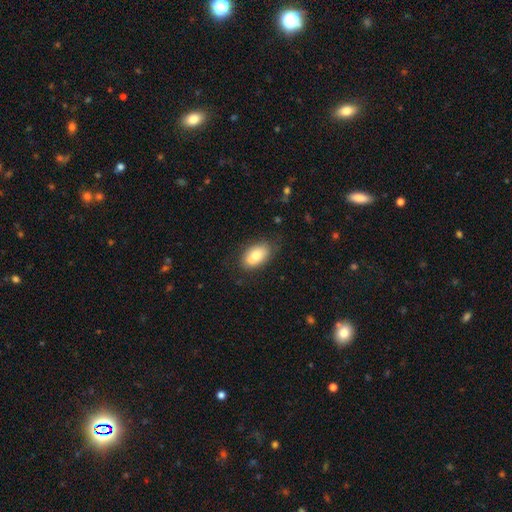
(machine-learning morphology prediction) A smooth galaxy with no disk features (74%) that is in between round and cigar-shaped (90%).

Vote fractions:
- Smooth or featured? smooth: 74% / featured or disk: 18% / star or artifact: 8%
- How rounded? in between: 90% / round: 8% / cigar-shaped: 2%
- Merging? none: 69% / minor disturbance: 18% / merger: 9% / major disturbance: 4%